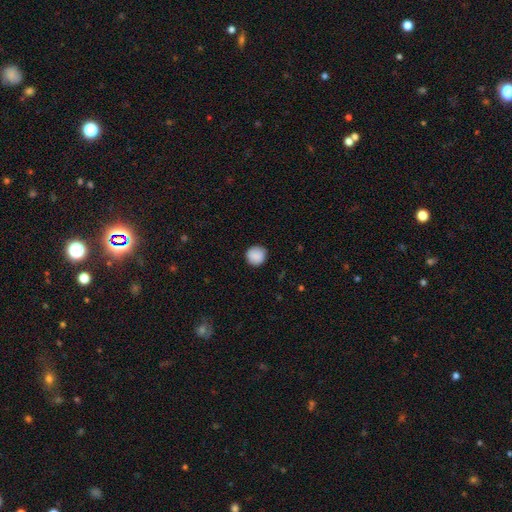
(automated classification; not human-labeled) Smooth or featured: smooth — 89% (star or artifact — 7%)
How rounded: round — 93% (in between — 6%)
Merging: none — 90% (minor disturbance — 7%)